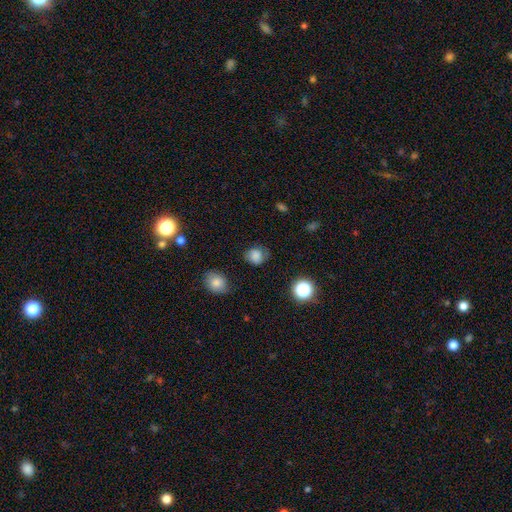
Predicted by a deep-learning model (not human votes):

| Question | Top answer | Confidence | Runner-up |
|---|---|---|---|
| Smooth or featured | smooth | 77% | star or artifact (12%) |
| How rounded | round | 70% | in between (29%) |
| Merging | none | 65% | minor disturbance (25%) |